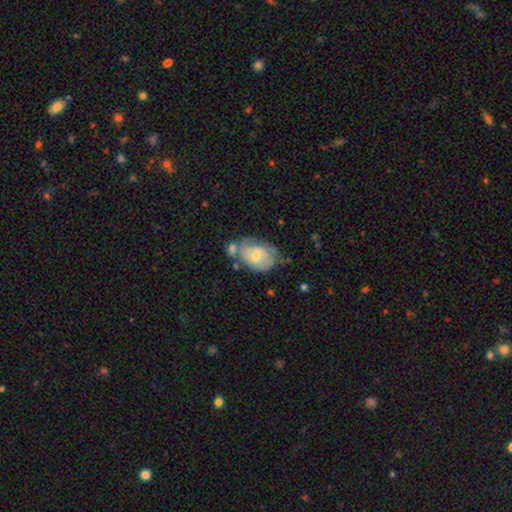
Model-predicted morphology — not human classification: Q: Smooth or featured?
A: featured or disk (55%); runner-up: smooth (39%)
Q: Edge-on disk?
A: no (96%); runner-up: yes (4%)
Q: Bar?
A: weak (47%); runner-up: no (44%)
Q: Spiral arms?
A: yes (70%); runner-up: no (30%)
Q: Bulge size?
A: moderate (48%); runner-up: small (46%)
Q: Merging?
A: none (38%); runner-up: minor disturbance (26%)